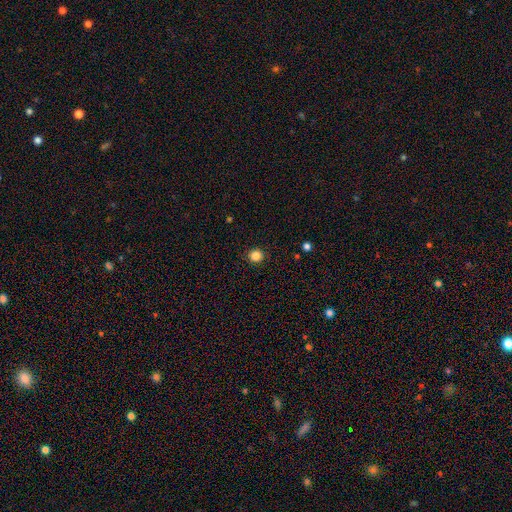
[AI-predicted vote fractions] The model was most divided on "smooth or featured": smooth: 84%, star or artifact: 12%, featured or disk: 4%. More confident: merging — none (92%); how rounded — round (91%).